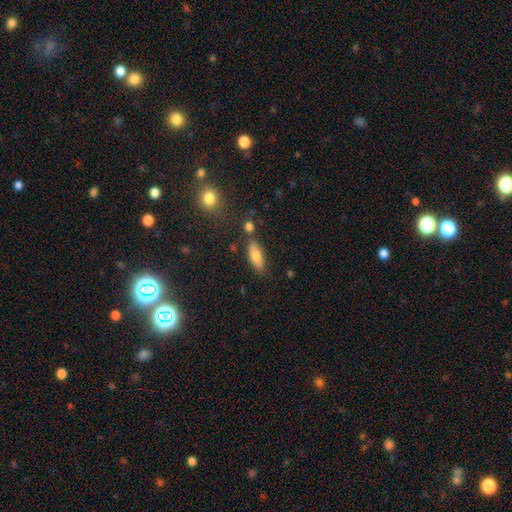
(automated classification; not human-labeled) smooth-or-featured: smooth: 74% | featured or disk: 17% | star or artifact: 9%
  how-rounded: in between: 76% | cigar-shaped: 21% | round: 3%
  merging: none: 78% | minor disturbance: 13% | merger: 6% | major disturbance: 3%